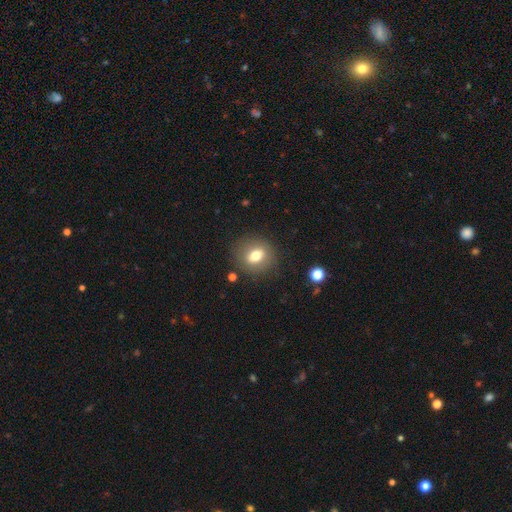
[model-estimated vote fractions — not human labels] The model was most divided on "how rounded": round: 60%, in between: 38%, cigar-shaped: 2%. More confident: merging — none (85%); smooth or featured — smooth (70%).